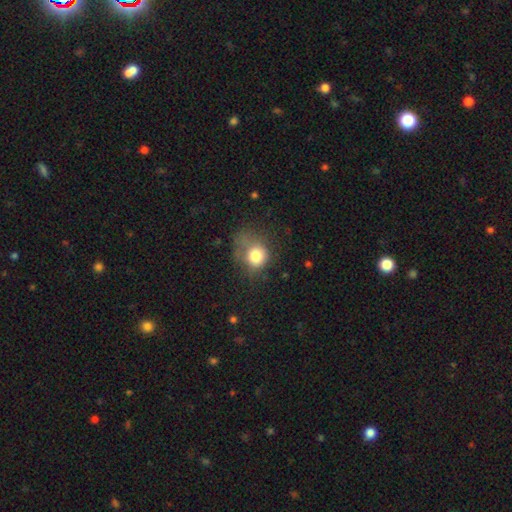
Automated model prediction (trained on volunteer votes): Morphology: type=smooth (77%); roundness=round (70%); merging=none (38%).